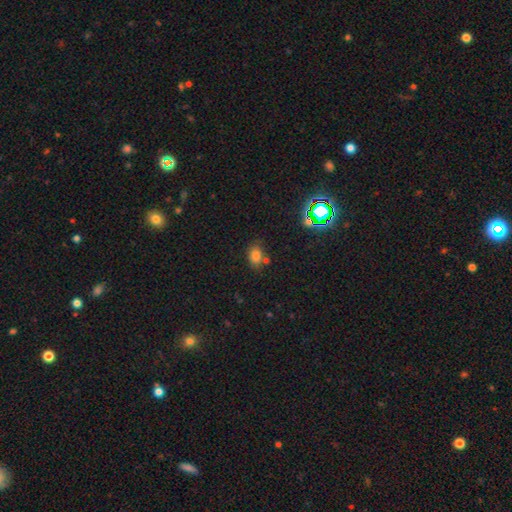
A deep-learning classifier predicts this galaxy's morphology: Smooth or featured?
  - smooth: 75% *
  - star or artifact: 18%
  - featured or disk: 7%
How rounded?
  - in between: 79% *
  - round: 19%
  - cigar-shaped: 2%
Merging?
  - none: 65% *
  - minor disturbance: 17%
  - merger: 12%
  - major disturbance: 5%